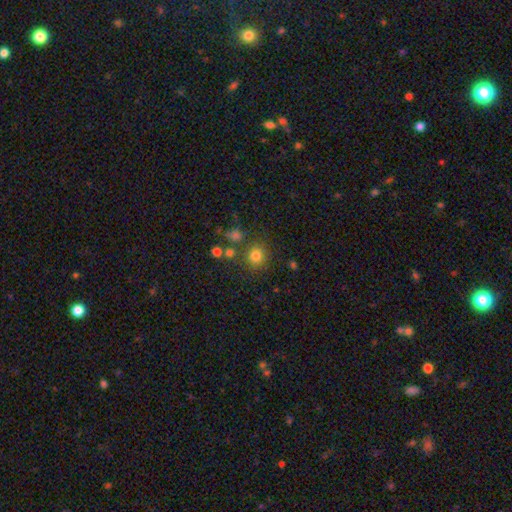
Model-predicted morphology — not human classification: smooth_or_featured: smooth (p=0.79) [alt: star or artifact p=0.15]
how_rounded: round (p=0.86) [alt: in between p=0.13]
merging: none (p=0.79) [alt: minor disturbance p=0.09]